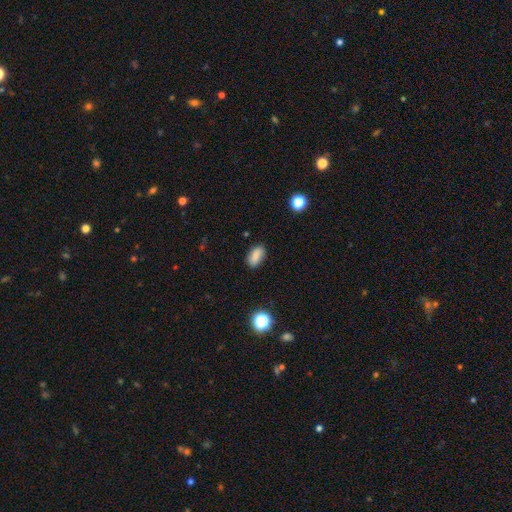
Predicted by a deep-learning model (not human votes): A smooth galaxy with no disk features (80%) that is in between round and cigar-shaped (89%). Merging: none (82%).